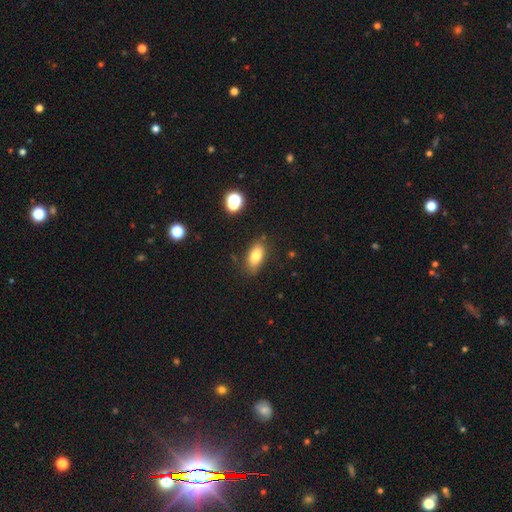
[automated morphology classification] A smooth galaxy with no disk features (81%) that is in between round and cigar-shaped (87%).

Vote fractions:
- Smooth or featured? smooth: 81% / featured or disk: 10% / star or artifact: 9%
- How rounded? in between: 87% / cigar-shaped: 8% / round: 5%
- Merging? none: 79% / minor disturbance: 15% / major disturbance: 4% / merger: 2%